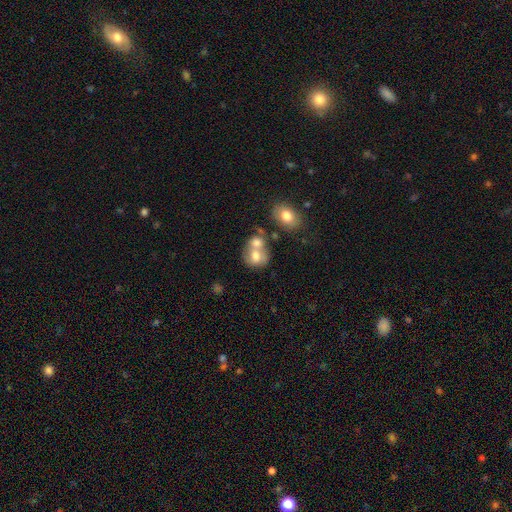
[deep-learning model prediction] The model was most divided on "how rounded": round: 62%, in between: 37%, cigar-shaped: 1%. More confident: smooth or featured — smooth (65%); merging — merger (60%).